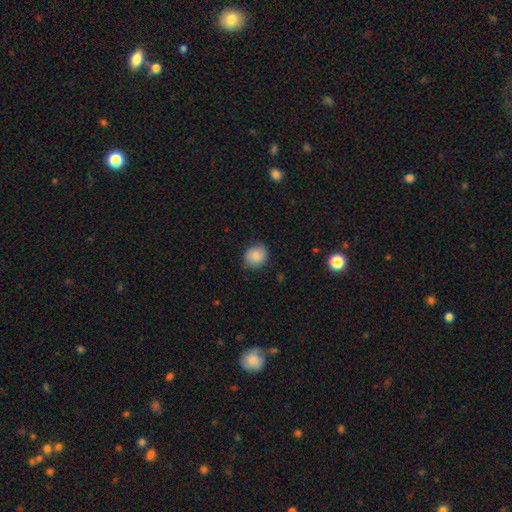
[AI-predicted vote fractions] Morphology: type=smooth (85%); roundness=round (73%); merging=none (82%).